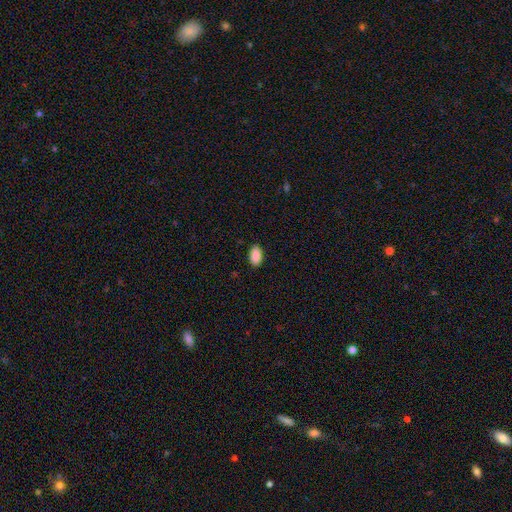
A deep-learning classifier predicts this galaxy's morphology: The model was most divided on "merging": none: 88%, minor disturbance: 9%, major disturbance: 2%, merger: 1%. More confident: how rounded — in between (94%); smooth or featured — smooth (90%).